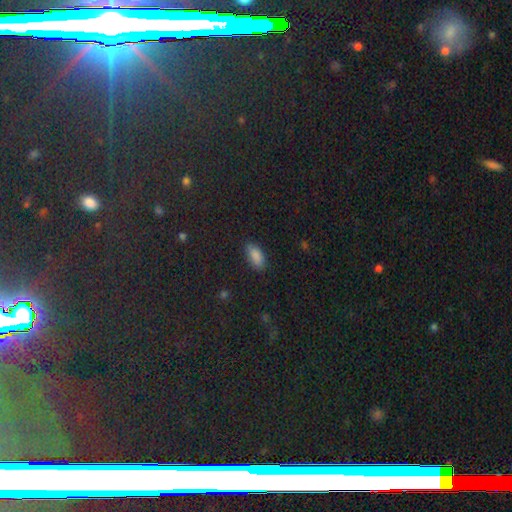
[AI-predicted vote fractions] This appears to be a smooth galaxy with no disk features (86%) that is in between round and cigar-shaped (91%). Merging: none (85%).